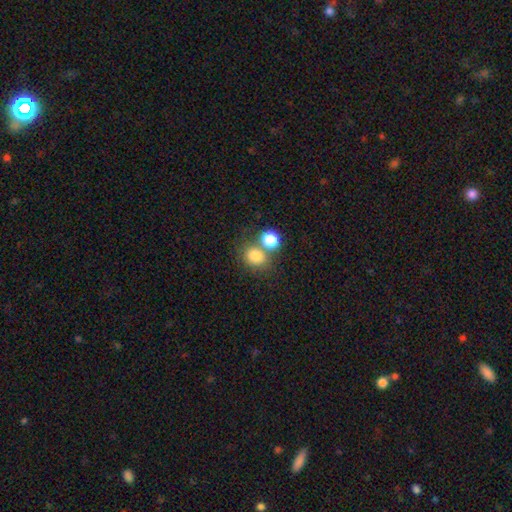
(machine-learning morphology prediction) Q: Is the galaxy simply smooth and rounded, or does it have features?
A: smooth — 79%.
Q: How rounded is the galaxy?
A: round — 70%.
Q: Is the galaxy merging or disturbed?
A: none — 54%.